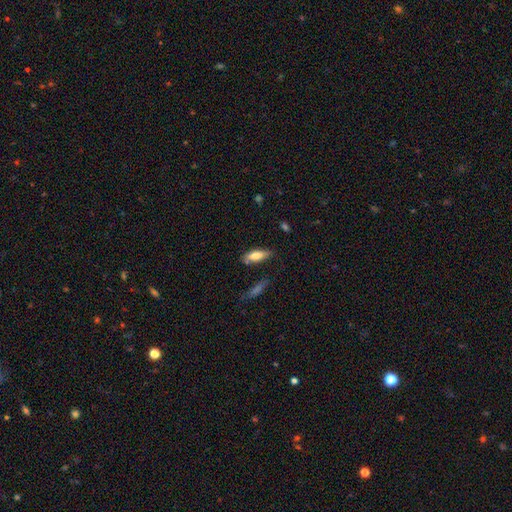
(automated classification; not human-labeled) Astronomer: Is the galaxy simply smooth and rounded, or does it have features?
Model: smooth — 73%.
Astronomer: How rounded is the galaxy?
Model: in between — 53% (runner-up: cigar-shaped, 45%).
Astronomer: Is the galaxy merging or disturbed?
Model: none — 73%.